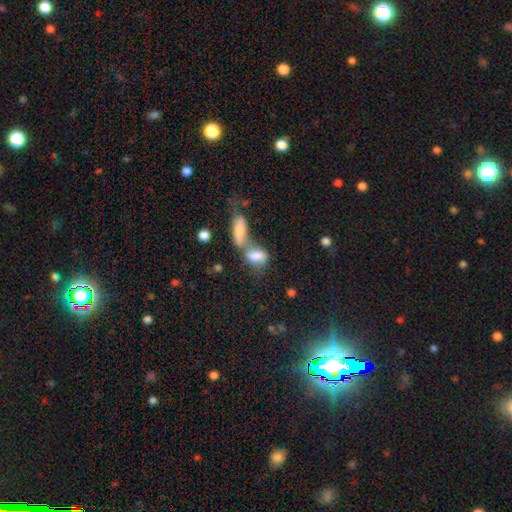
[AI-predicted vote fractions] Q: Smooth or featured?
A: smooth (74%); runner-up: featured or disk (17%)
Q: How rounded?
A: in between (83%); runner-up: cigar-shaped (9%)
Q: Merging?
A: merger (67%); runner-up: none (17%)